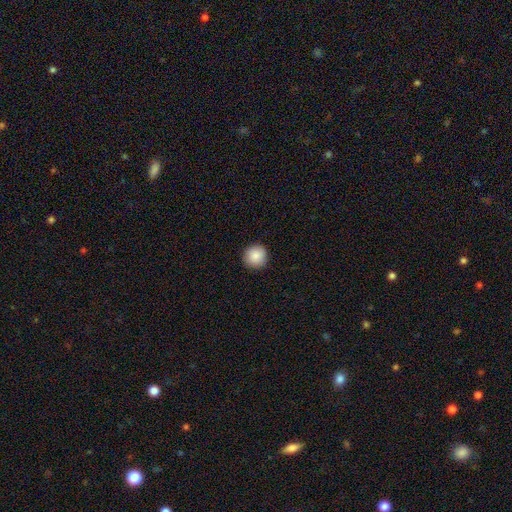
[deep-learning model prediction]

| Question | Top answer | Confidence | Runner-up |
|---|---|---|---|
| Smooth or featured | smooth | 88% | star or artifact (8%) |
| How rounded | round | 95% | in between (5%) |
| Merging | none | 91% | minor disturbance (6%) |